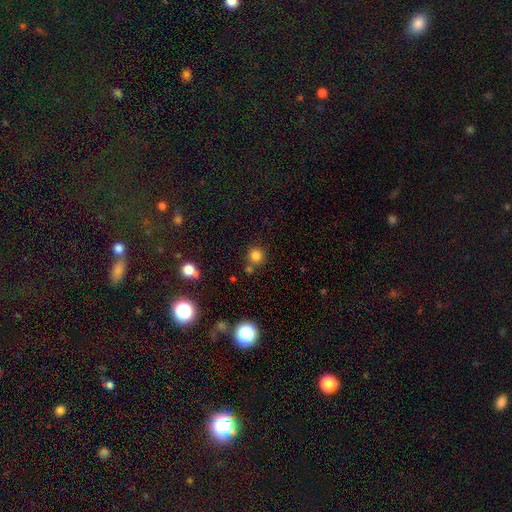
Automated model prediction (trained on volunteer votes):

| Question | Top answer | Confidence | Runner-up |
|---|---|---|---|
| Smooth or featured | smooth | 81% | star or artifact (14%) |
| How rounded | round | 92% | in between (7%) |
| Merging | none | 74% | merger (13%) |